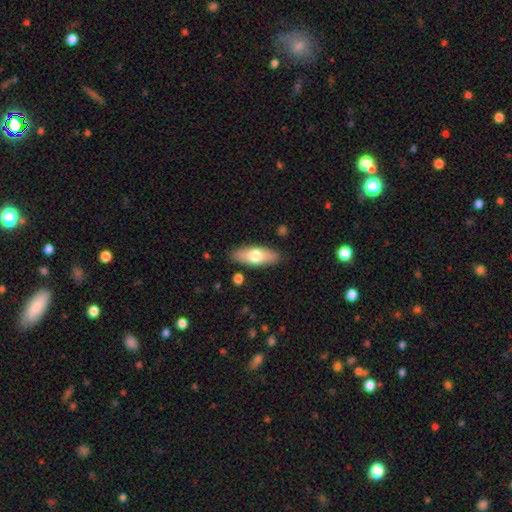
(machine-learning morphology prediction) A smooth galaxy with no disk features (65%) that is in between round and cigar-shaped (72%).

Vote fractions:
- Smooth or featured? smooth: 65% / featured or disk: 29% / star or artifact: 6%
- How rounded? in between: 72% / cigar-shaped: 25% / round: 3%
- Merging? none: 87% / minor disturbance: 9% / major disturbance: 2% / merger: 2%